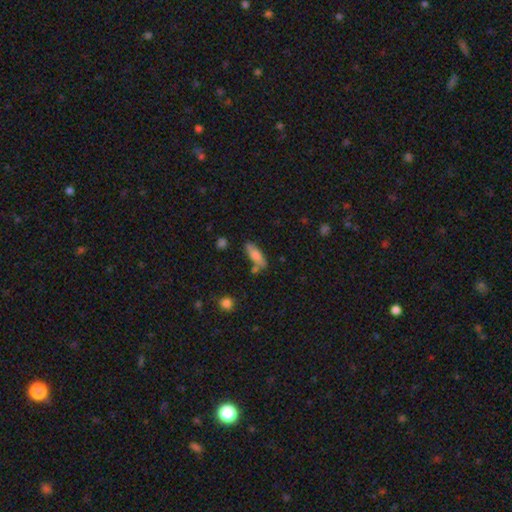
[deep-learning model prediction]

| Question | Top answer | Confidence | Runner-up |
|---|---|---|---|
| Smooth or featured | smooth | 77% | featured or disk (17%) |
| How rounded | in between | 53% | cigar-shaped (44%) |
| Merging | none | 67% | minor disturbance (17%) |